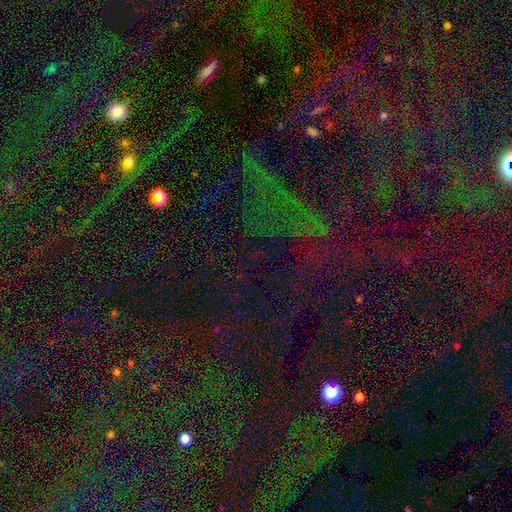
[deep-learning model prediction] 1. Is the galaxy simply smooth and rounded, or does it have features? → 75% star or artifact, 16% smooth, 8% featured or disk.